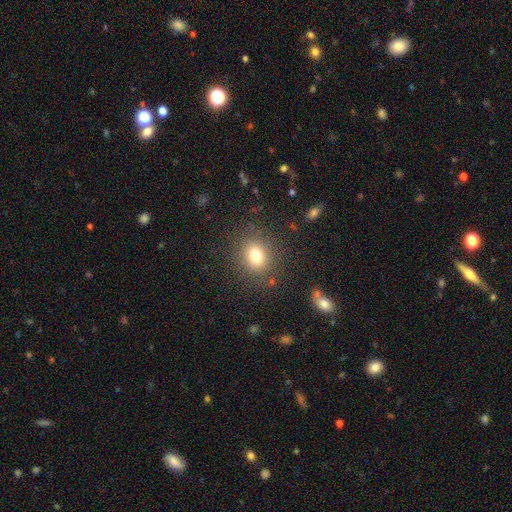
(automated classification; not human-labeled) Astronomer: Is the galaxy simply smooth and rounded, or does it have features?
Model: smooth — 77%.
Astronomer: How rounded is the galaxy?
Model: round — 67%.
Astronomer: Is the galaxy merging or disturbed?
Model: none — 85%.